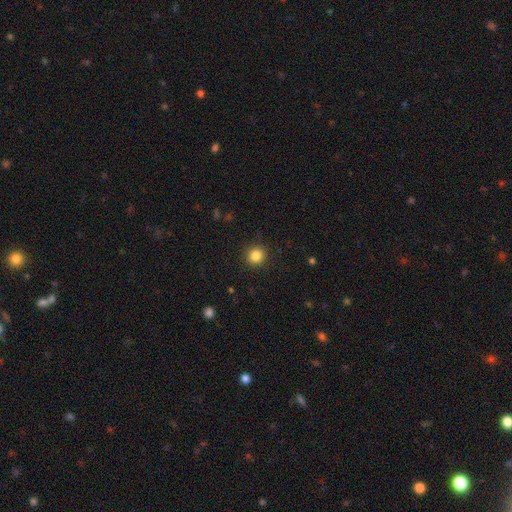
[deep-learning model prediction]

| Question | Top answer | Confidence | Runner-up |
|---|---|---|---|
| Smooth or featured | smooth | 85% | star or artifact (11%) |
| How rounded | round | 93% | in between (6%) |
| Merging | none | 91% | minor disturbance (6%) |